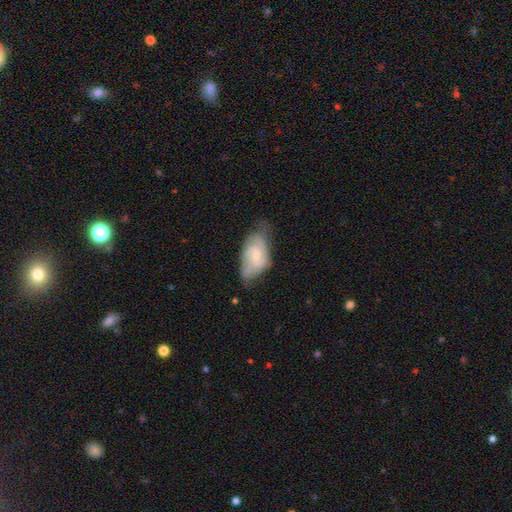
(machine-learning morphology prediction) type=featured or disk (59%); edge-on=no (95%); bar=no (56%); spiral arms=yes (84%); bulge=small (60%); merging=none (46%).